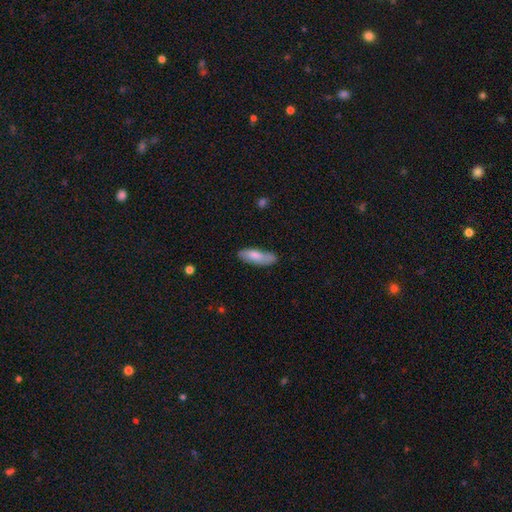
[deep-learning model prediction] Smooth or featured? smooth (77%)
How rounded? in between (50%)
Merging? none (65%)